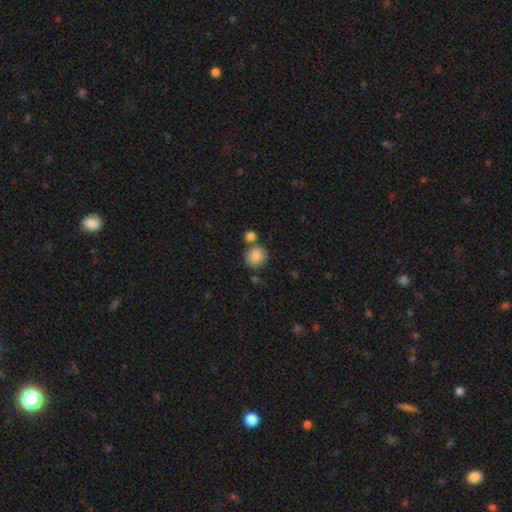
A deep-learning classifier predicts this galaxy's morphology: Q: Smooth or featured?
A: smooth (86%); runner-up: star or artifact (8%)
Q: How rounded?
A: round (84%); runner-up: in between (15%)
Q: Merging?
A: none (64%); runner-up: merger (23%)